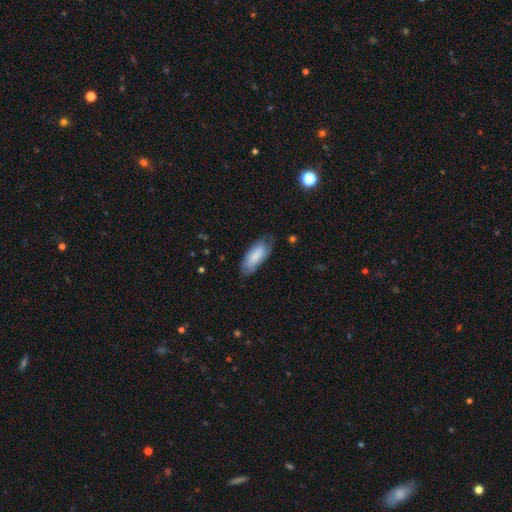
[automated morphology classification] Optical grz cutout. It shows a smooth galaxy with no disk features (80%) that is in between round and cigar-shaped (81%). Merging: none (67%).